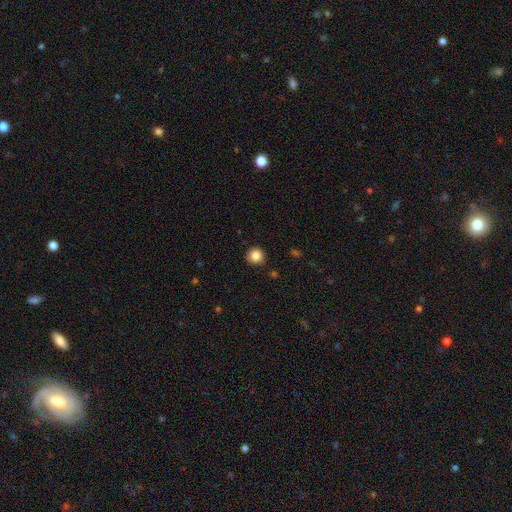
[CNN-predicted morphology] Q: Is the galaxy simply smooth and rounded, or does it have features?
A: smooth — 84%.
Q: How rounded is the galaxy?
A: round — 94%.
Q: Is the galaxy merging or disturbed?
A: none — 91%.